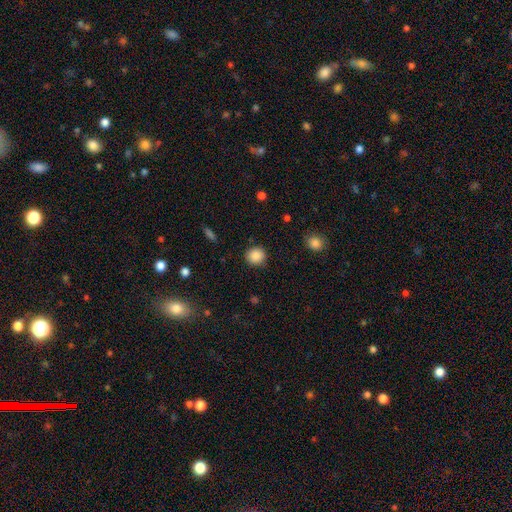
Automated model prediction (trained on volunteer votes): Smooth or featured?
  - smooth: 88% *
  - star or artifact: 9%
  - featured or disk: 3%
How rounded?
  - round: 86% *
  - in between: 13%
  - cigar-shaped: 1%
Merging?
  - none: 89% *
  - minor disturbance: 7%
  - major disturbance: 2%
  - merger: 1%